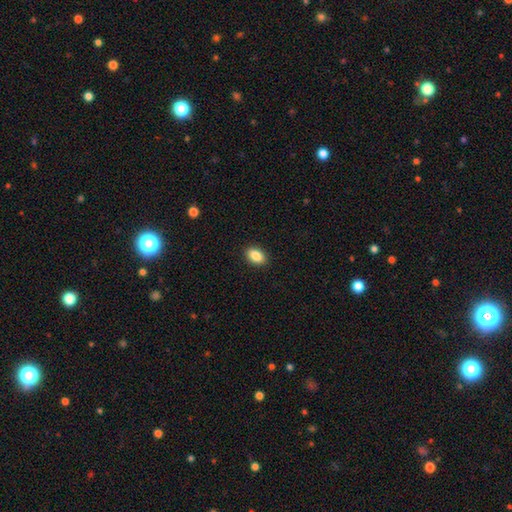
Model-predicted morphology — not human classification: Smooth or featured? smooth (87%)
How rounded? in between (89%)
Merging? none (91%)